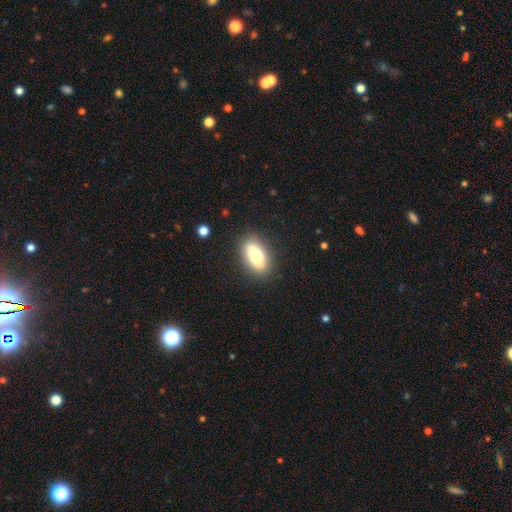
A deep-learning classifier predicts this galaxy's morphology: The model was most divided on "smooth or featured": smooth: 78%, featured or disk: 15%, star or artifact: 8%. More confident: merging — none (87%); how rounded — in between (86%).